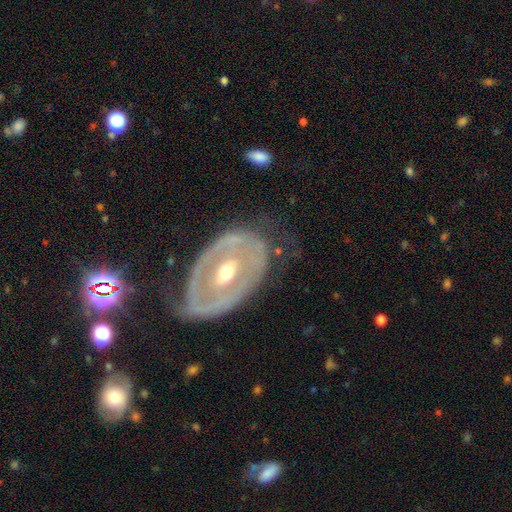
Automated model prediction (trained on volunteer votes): This is likely a featured or disk galaxy (78%). It is clearly not viewed edge-on (93%). Bar: marginally no (37%). Spiral arm pattern: possibly no (58%). Central bulge: likely moderate (63%). Merging: likely none (64%).